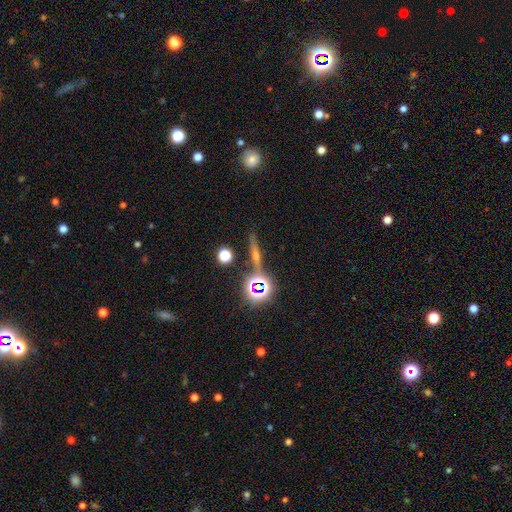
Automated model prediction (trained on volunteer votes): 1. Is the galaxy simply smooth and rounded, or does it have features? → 43% featured or disk, 30% star or artifact, 27% smooth.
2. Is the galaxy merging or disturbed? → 82% none, 8% minor disturbance, 6% merger, 3% major disturbance.